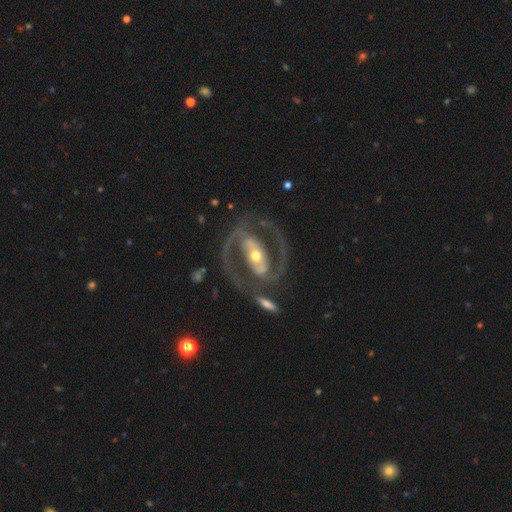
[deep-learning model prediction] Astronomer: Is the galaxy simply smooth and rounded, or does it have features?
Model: featured or disk — 92%.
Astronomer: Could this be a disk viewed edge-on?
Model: no — 97%.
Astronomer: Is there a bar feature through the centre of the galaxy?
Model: strong — 55%.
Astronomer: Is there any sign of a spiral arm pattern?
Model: yes — 97%.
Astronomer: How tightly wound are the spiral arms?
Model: medium — 63%.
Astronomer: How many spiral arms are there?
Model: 2 — 93%.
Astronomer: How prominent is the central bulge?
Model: moderate — 61%.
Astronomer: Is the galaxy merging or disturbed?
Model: none — 75%.